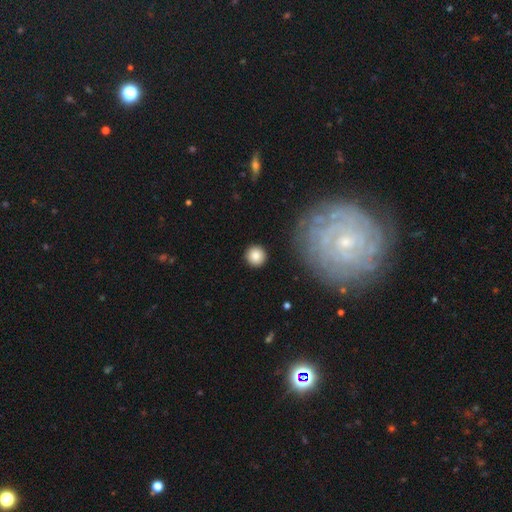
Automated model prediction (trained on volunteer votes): smooth 85%, star or artifact 8%, featured or disk 6%. Down the decision tree: how rounded — round (95%); merging — none (91%).